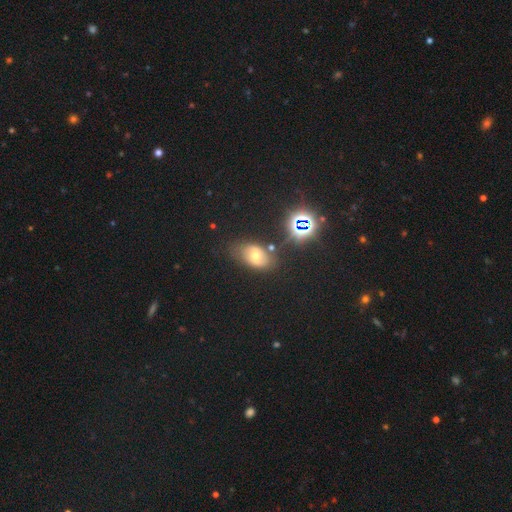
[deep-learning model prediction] Morphology: type=smooth (41%); merging=none (69%).